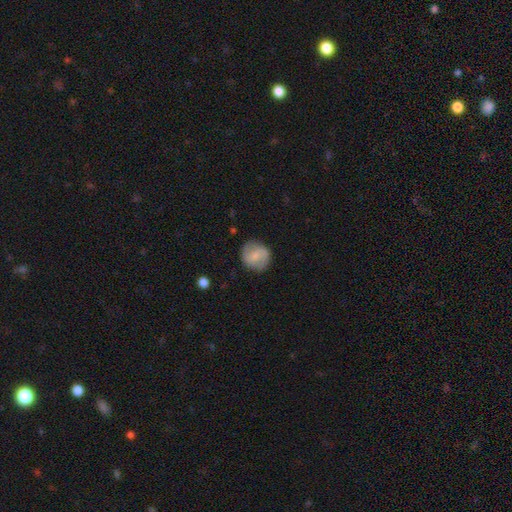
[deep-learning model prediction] Overall: featured or disk (50%; smooth 43%). Edge-on disk: no (97%). Merging: none (83%).